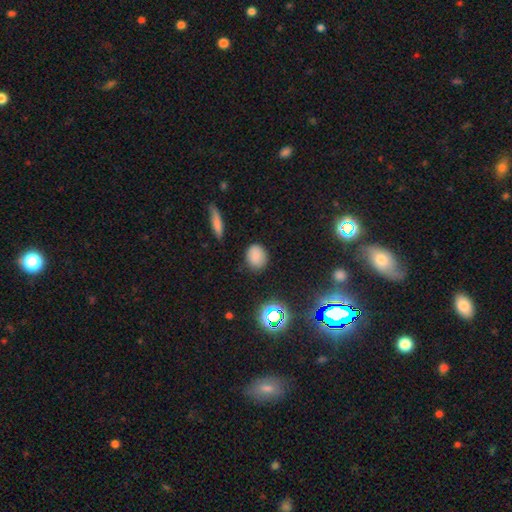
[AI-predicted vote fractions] smooth-or-featured: smooth: 81% | star or artifact: 13% | featured or disk: 6%
  how-rounded: round: 62% | in between: 37% | cigar-shaped: 2%
  merging: none: 84% | minor disturbance: 11% | major disturbance: 3% | merger: 2%